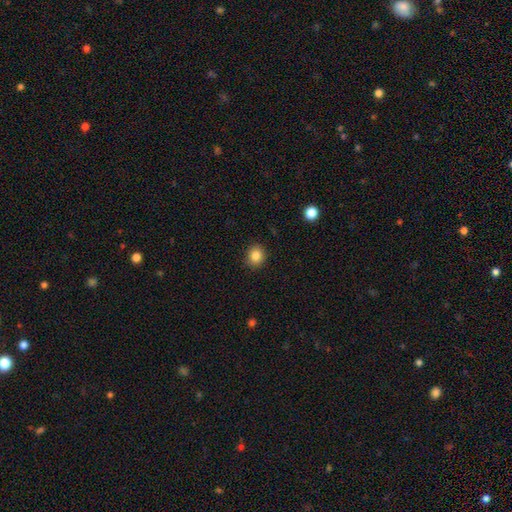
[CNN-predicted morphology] smooth-or-featured: smooth: 85% | star or artifact: 10% | featured or disk: 5%
  how-rounded: round: 81% | in between: 18% | cigar-shaped: 1%
  merging: none: 89% | minor disturbance: 8% | major disturbance: 2% | merger: 1%